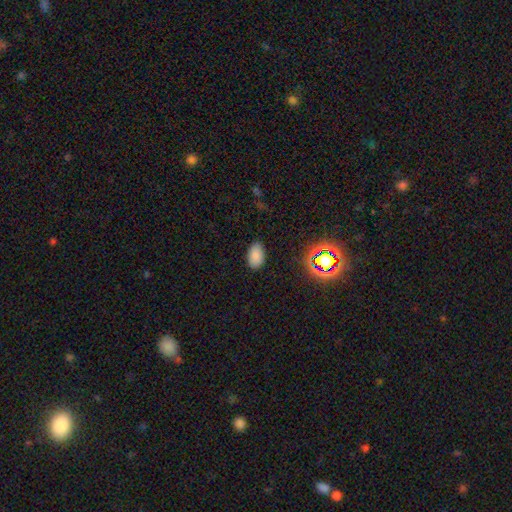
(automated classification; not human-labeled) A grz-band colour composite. It shows a smooth galaxy with no disk features (82%) that is in between round and cigar-shaped (92%). Merging: none (85%).